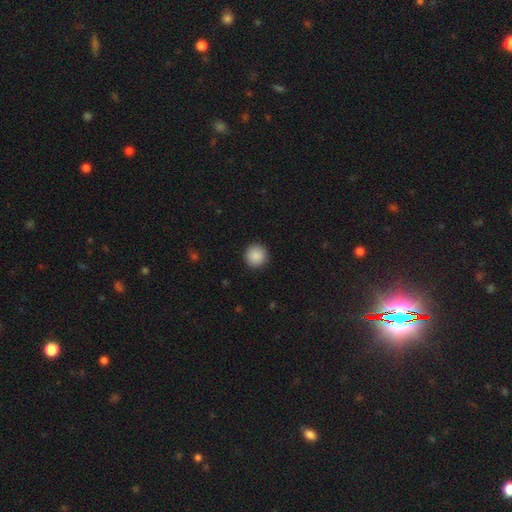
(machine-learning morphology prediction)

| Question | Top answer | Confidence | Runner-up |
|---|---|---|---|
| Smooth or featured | smooth | 89% | star or artifact (8%) |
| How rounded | round | 95% | in between (4%) |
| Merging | none | 93% | minor disturbance (5%) |